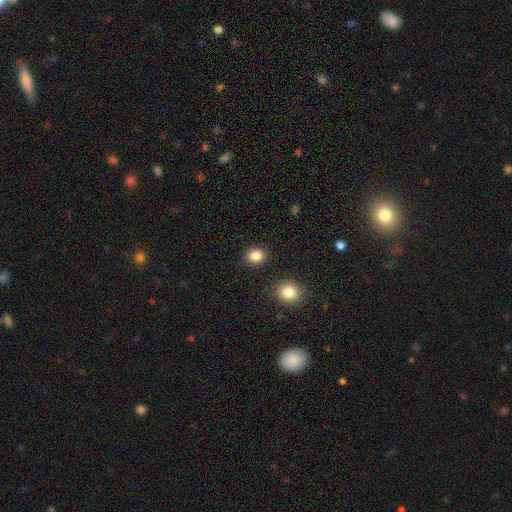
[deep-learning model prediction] Q: Smooth or featured?
A: smooth (86%); runner-up: star or artifact (10%)
Q: How rounded?
A: round (65%); runner-up: in between (34%)
Q: Merging?
A: none (87%); runner-up: minor disturbance (8%)